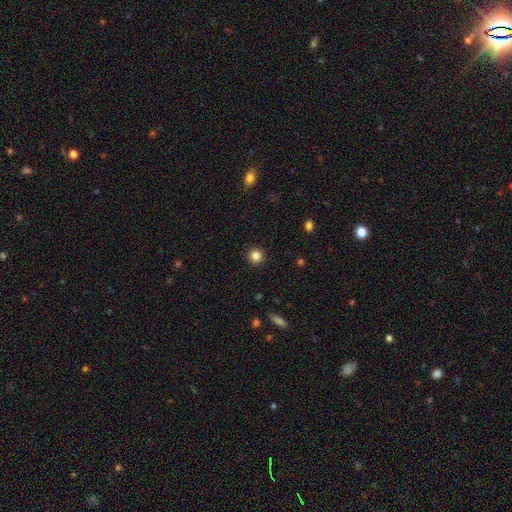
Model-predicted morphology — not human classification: This is clearly a smooth galaxy (84%). How rounded: clearly round (95%). Merging: clearly none (92%).